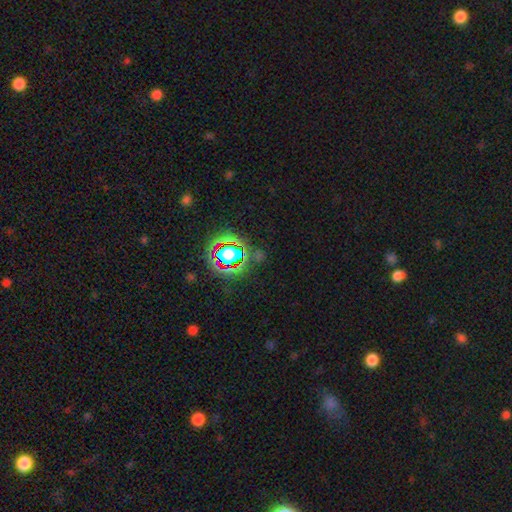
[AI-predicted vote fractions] This is likely a star or artifact rather than a galaxy (69%).